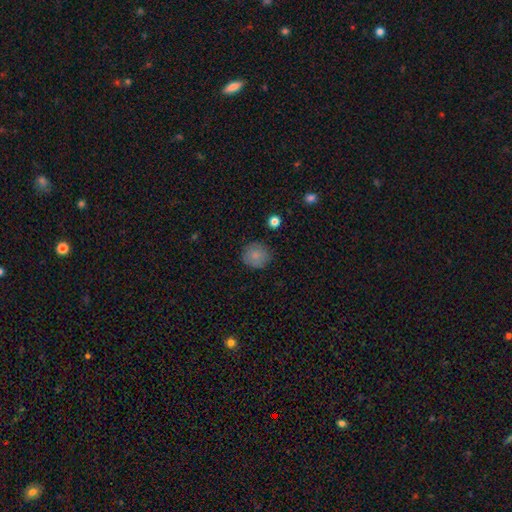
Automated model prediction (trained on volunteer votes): smooth_or_featured: smooth (p=0.83) [alt: star or artifact p=0.09]
how_rounded: round (p=0.89) [alt: in between p=0.10]
merging: none (p=0.85) [alt: minor disturbance p=0.11]